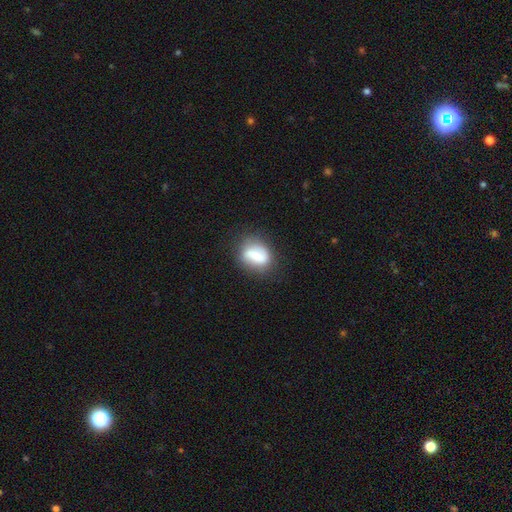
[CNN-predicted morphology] A smooth galaxy with no disk features (61%) that is in between round and cigar-shaped (61%). Merging: none (67%).